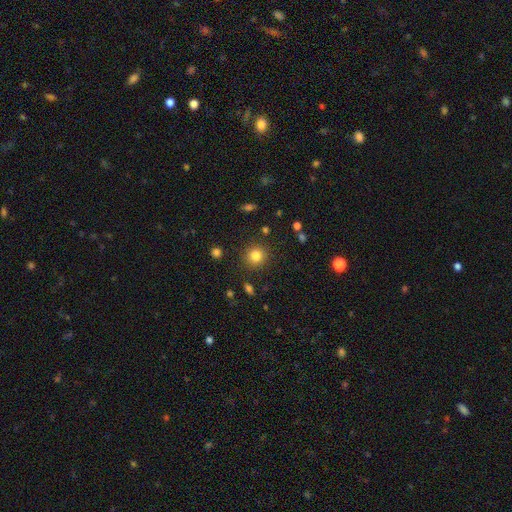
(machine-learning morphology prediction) Overall: smooth (82%). How rounded: round (91%). Merging: none (89%).